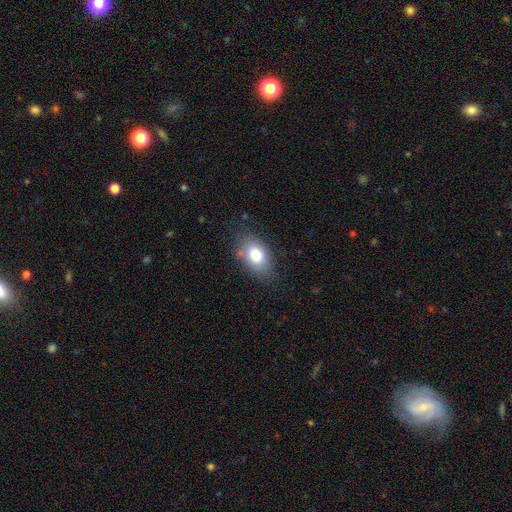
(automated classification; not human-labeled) smooth-or-featured: smooth: 79% | featured or disk: 13% | star or artifact: 8%
  how-rounded: in between: 89% | round: 9% | cigar-shaped: 2%
  merging: none: 75% | minor disturbance: 18% | major disturbance: 5% | merger: 2%